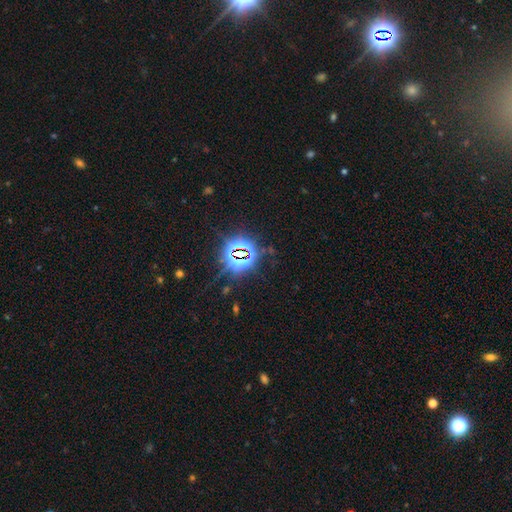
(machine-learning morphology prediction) Smooth or featured? Predicted: star or artifact (p=0.77).